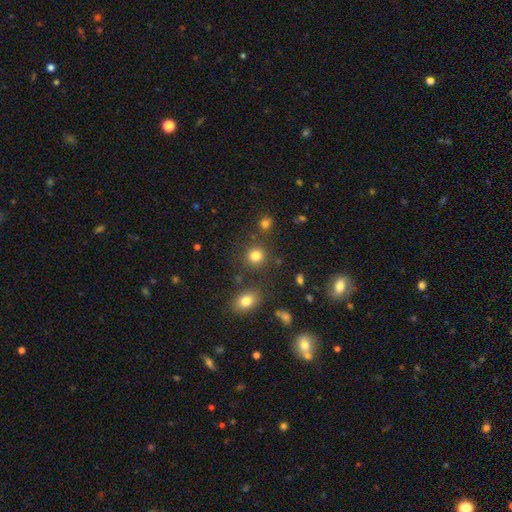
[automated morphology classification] The model was most divided on "smooth or featured": smooth: 81%, star or artifact: 13%, featured or disk: 6%. More confident: how rounded — round (90%); merging — none (84%).